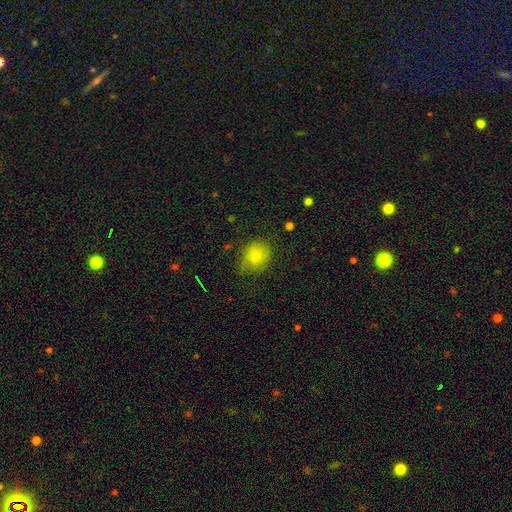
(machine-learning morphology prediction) Smooth or featured? smooth (78%)
How rounded? round (64%)
Merging? none (62%)